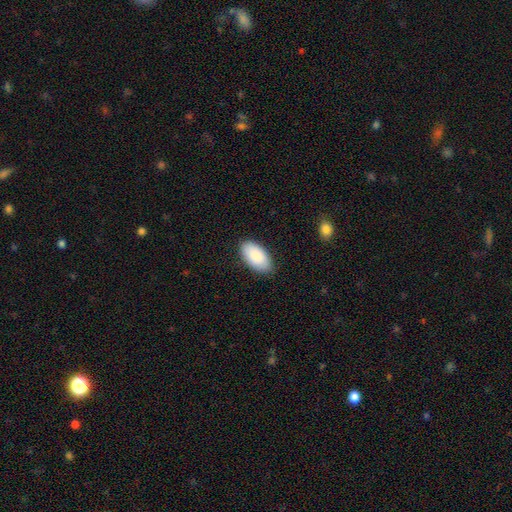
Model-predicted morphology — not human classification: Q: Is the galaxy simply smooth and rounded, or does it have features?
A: smooth — 88%.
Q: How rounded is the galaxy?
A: in between — 96%.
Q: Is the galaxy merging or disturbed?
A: none — 85%.